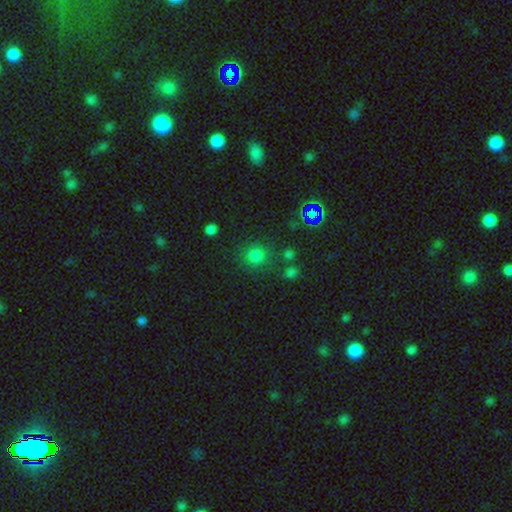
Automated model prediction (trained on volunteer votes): Smooth or featured? smooth (75%)
How rounded? round (88%)
Merging? none (78%)